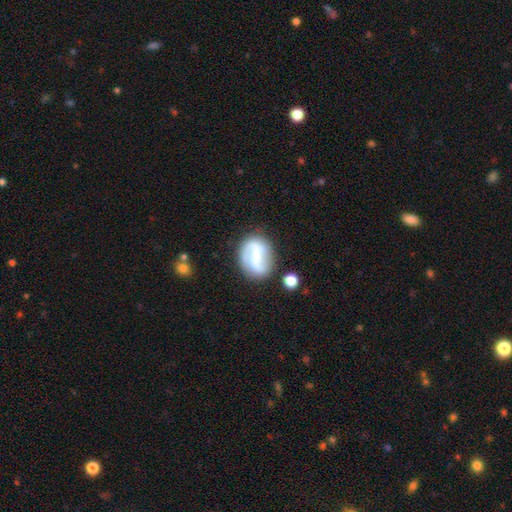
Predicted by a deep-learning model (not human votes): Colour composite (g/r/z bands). It shows a featured or disk galaxy (64%) with a strong bar (49%), spiral arms (79%) and a small central bulge (40%). Merging: none (70%).